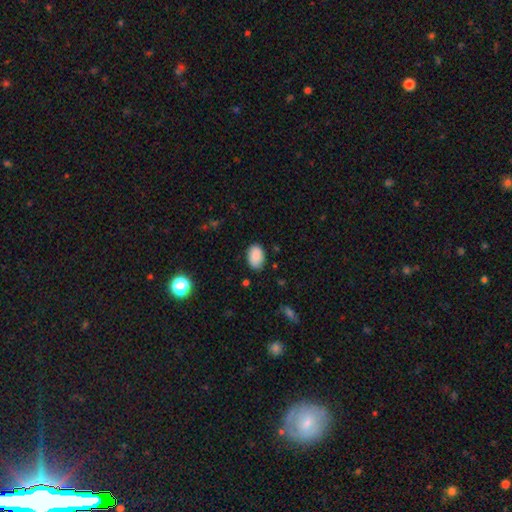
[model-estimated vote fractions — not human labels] Morphology: type=smooth (89%); roundness=in between (88%); merging=none (83%).